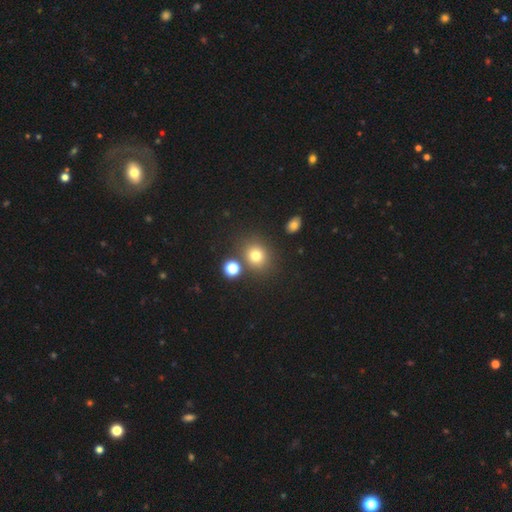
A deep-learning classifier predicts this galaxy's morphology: smooth 76%, star or artifact 16%, featured or disk 8%. Down the decision tree: how rounded — round (74%); merging — none (77%).